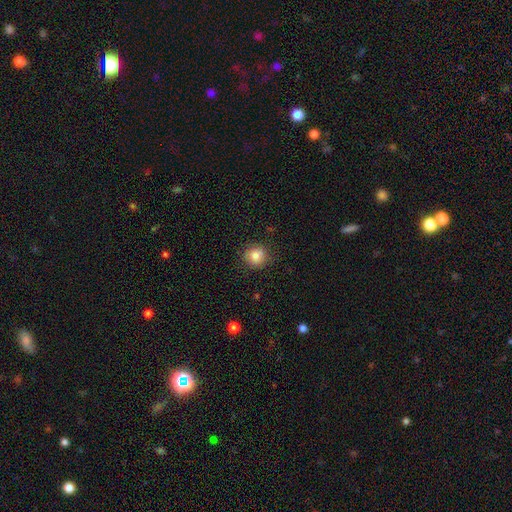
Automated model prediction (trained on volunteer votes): A smooth galaxy with no disk features (82%) that is round (89%). Merging: none (83%).